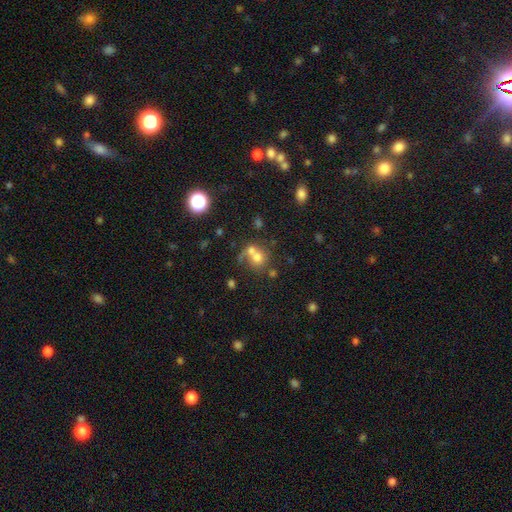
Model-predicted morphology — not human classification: A smooth galaxy with no disk features (66%) that is round (75%). Merging: merger (51%).